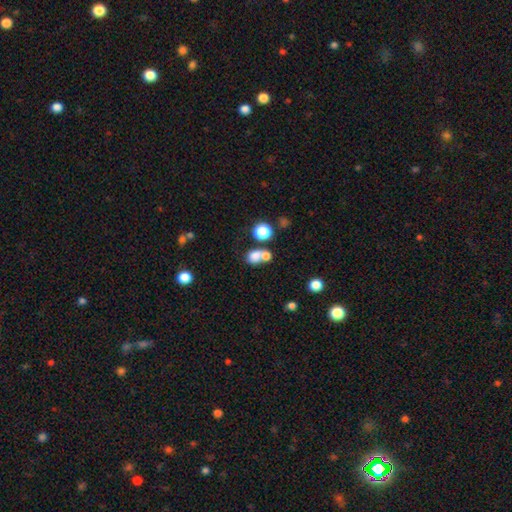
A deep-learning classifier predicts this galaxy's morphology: A smooth galaxy with no disk features (76%) that is round (61%). Merging: merger (53%).